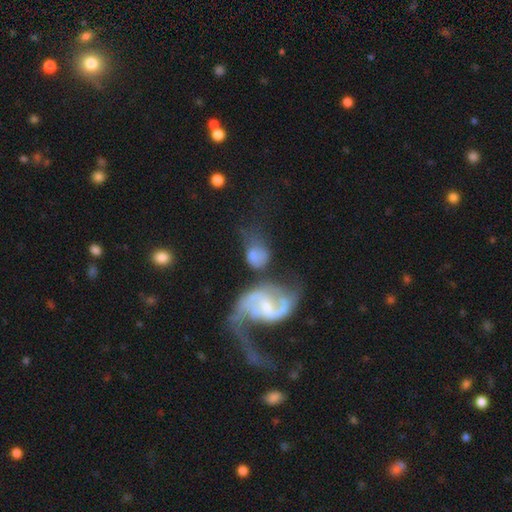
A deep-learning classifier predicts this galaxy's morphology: A smooth galaxy with no disk features (49%). Merging: none (33%).